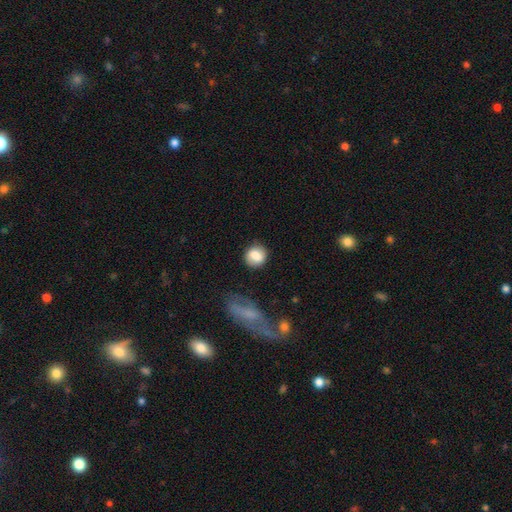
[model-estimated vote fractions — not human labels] A smooth galaxy with no disk features (79%) that is round (73%). Merging: none (73%).